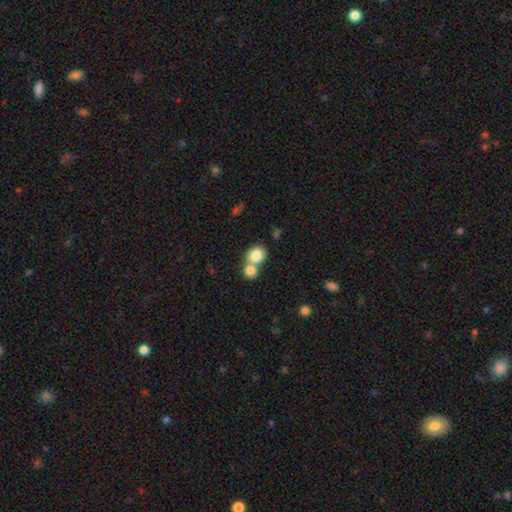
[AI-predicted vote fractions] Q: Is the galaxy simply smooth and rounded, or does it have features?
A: smooth — 83%.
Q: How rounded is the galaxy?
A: round — 72%.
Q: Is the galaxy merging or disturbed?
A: merger — 58%.